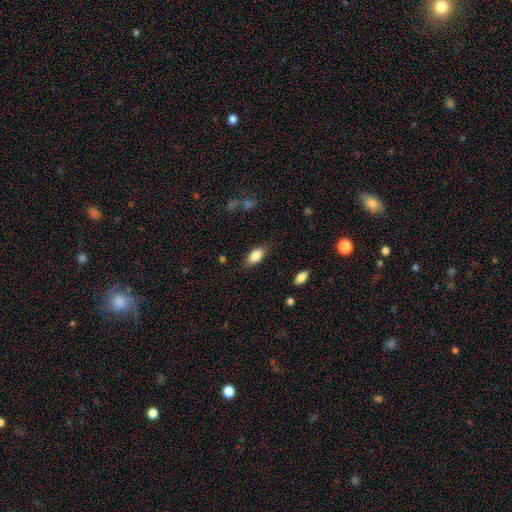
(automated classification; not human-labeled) This appears to be a smooth galaxy with no disk features (82%) that is in between round and cigar-shaped (88%). Merging: none (79%).